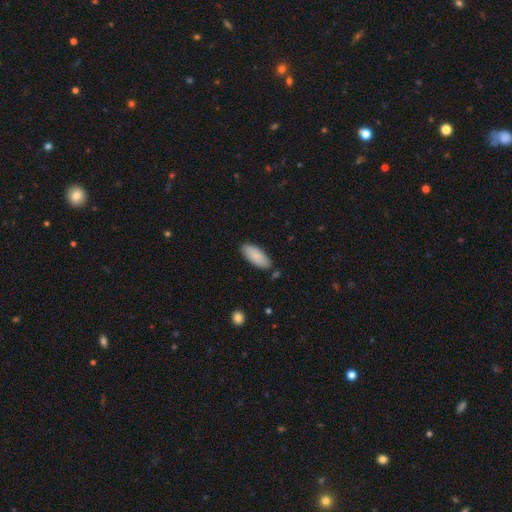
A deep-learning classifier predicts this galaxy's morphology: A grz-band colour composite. It shows a smooth galaxy with no disk features (88%) that is in between round and cigar-shaped (81%). Merging: none (83%).